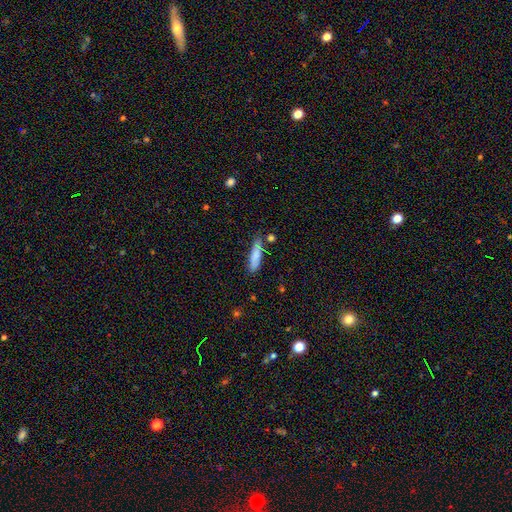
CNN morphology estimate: Overall: smooth (80%). How rounded: cigar-shaped (71%). Merging: none (70%).